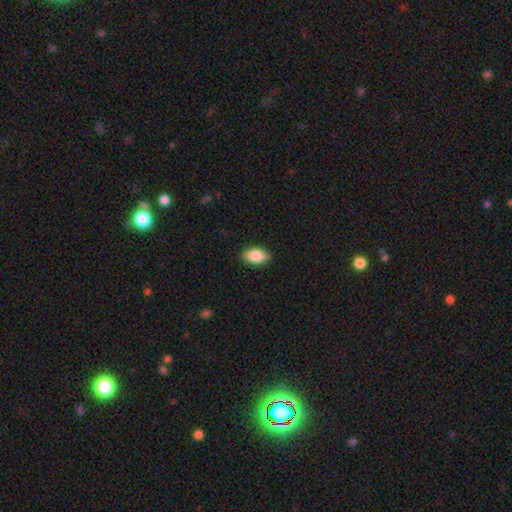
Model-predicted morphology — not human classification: A smooth galaxy with no disk features (86%) that is in between round and cigar-shaped (91%). Merging: none (89%).